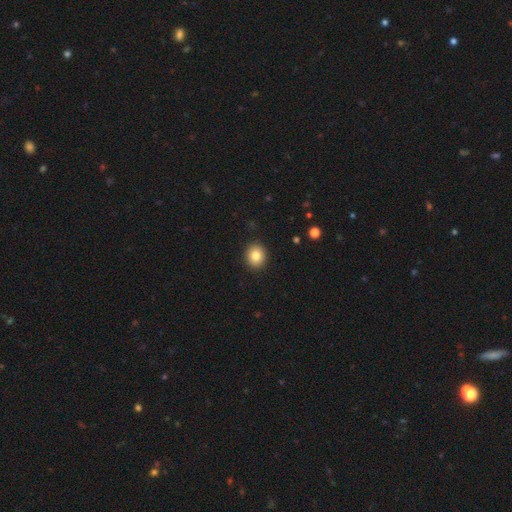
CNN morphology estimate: A smooth galaxy with no disk features (83%) that is round (76%).

Vote fractions:
- Smooth or featured? smooth: 83% / star or artifact: 9% / featured or disk: 8%
- How rounded? round: 76% / in between: 23% / cigar-shaped: 1%
- Merging? none: 92% / minor disturbance: 6% / major disturbance: 2% / merger: 1%